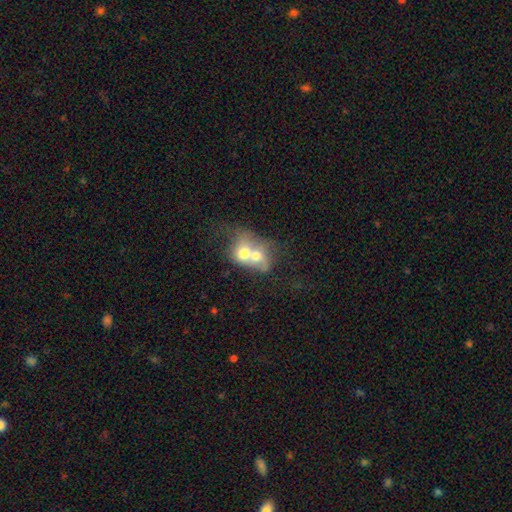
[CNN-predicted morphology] A smooth galaxy with no disk features (59%) that is round (52%).

Vote fractions:
- Smooth or featured? smooth: 59% / featured or disk: 33% / star or artifact: 9%
- How rounded? round: 52% / in between: 47% / cigar-shaped: 1%
- Merging? merger: 81% / none: 9% / major disturbance: 5% / minor disturbance: 4%